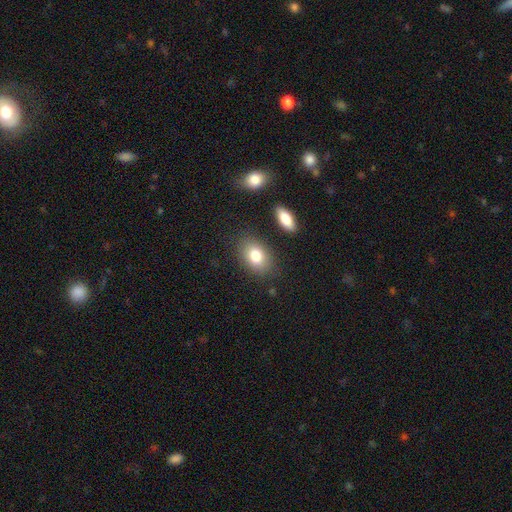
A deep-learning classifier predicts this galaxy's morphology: Overall: smooth (80%). How rounded: in between (78%). Merging: none (81%).